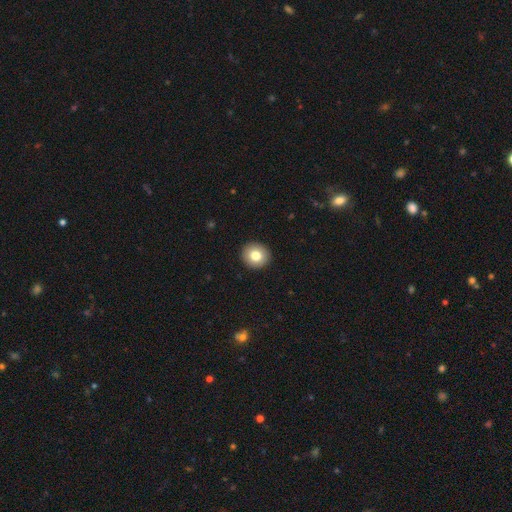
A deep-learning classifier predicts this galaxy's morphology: The model was most divided on "smooth or featured": smooth: 80%, featured or disk: 11%, star or artifact: 9%. More confident: merging — none (93%); how rounded — round (89%).